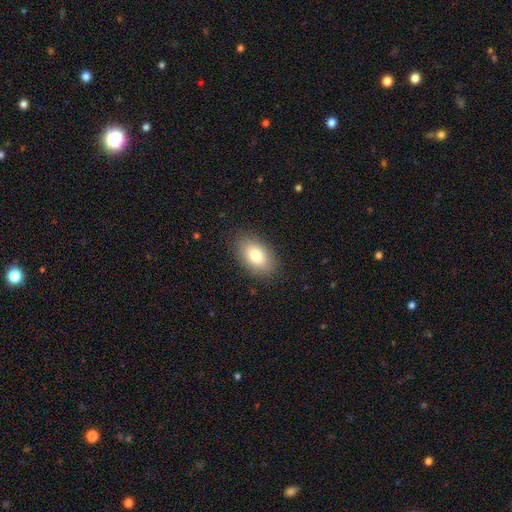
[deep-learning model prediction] Smooth or featured? smooth (80%)
How rounded? in between (90%)
Merging? none (86%)